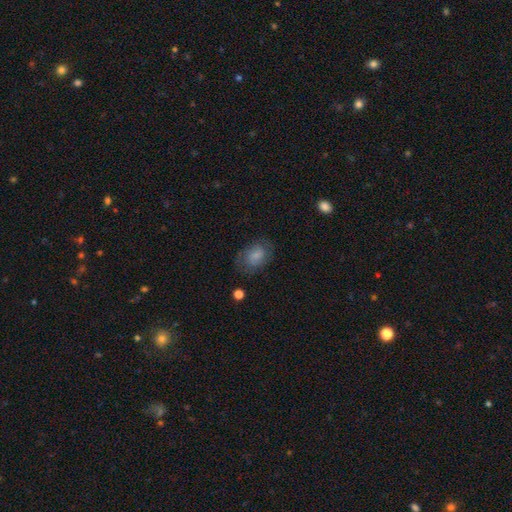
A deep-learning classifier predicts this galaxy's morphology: smooth_or_featured: smooth (p=0.69) [alt: featured or disk p=0.22]
how_rounded: in between (p=0.80) [alt: round p=0.19]
merging: none (p=0.69) [alt: minor disturbance p=0.20]